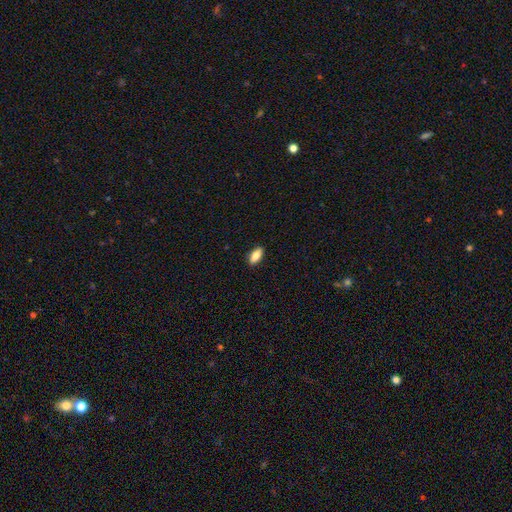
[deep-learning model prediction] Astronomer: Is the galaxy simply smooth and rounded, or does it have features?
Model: smooth — 87%.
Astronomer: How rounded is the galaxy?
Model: in between — 88%.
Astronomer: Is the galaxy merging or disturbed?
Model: none — 90%.